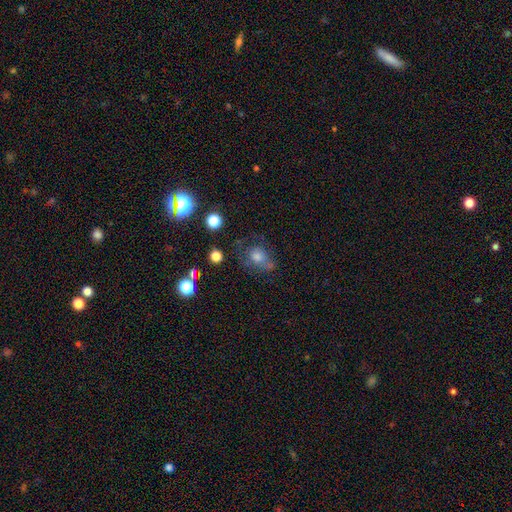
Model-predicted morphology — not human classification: Smooth or featured?
  - smooth: 49% *
  - featured or disk: 28%
  - star or artifact: 23%
Merging?
  - none: 51% *
  - minor disturbance: 24%
  - major disturbance: 19%
  - merger: 6%